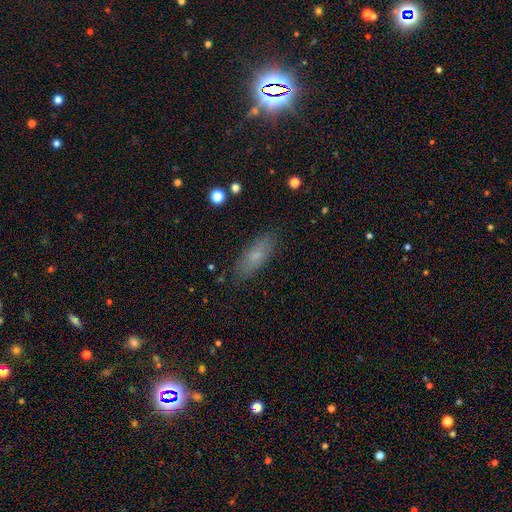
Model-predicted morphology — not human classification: Overall: smooth (74%). How rounded: in between (68%; cigar-shaped 30%). Merging: none (85%).